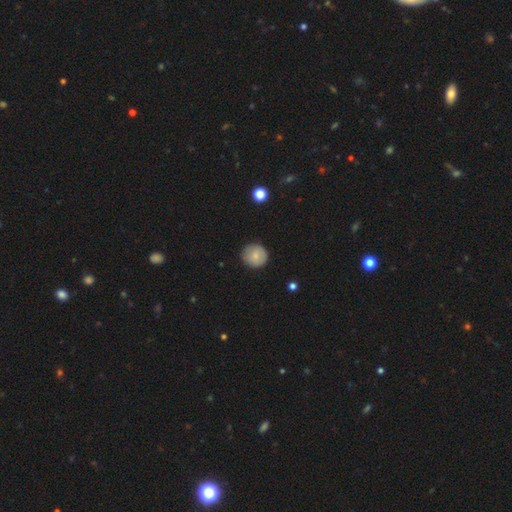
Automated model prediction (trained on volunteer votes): smooth 79%, featured or disk 13%, star or artifact 8%. Down the decision tree: how rounded — round (91%); merging — none (86%).